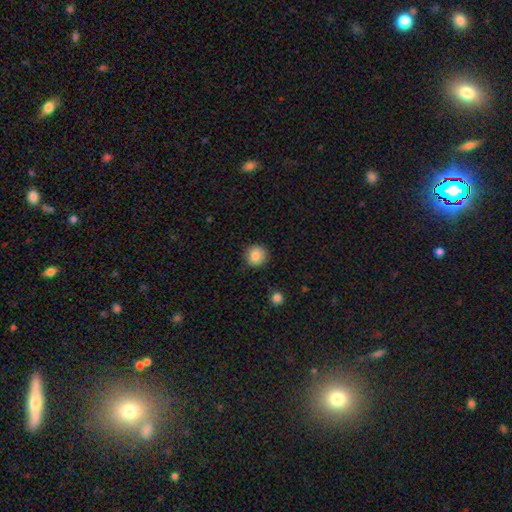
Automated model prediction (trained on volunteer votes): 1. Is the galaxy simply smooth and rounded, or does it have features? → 86% smooth, 9% star or artifact, 5% featured or disk.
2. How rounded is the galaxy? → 91% round, 8% in between, 1% cigar-shaped.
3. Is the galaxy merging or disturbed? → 88% none, 8% minor disturbance, 2% major disturbance, 1% merger.